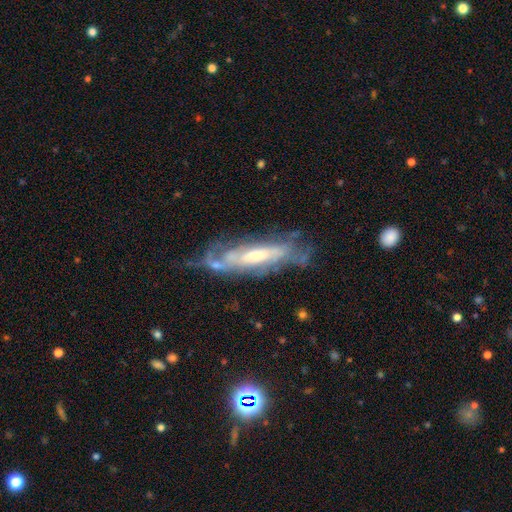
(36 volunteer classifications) Morphology: type=featured or disk (83%); edge-on=no (70%); bar=no (57%); spiral arms=yes (86%); winding=tight (50%); arm count=can't tell (67%); bulge=moderate (48%); merging=none (60%).